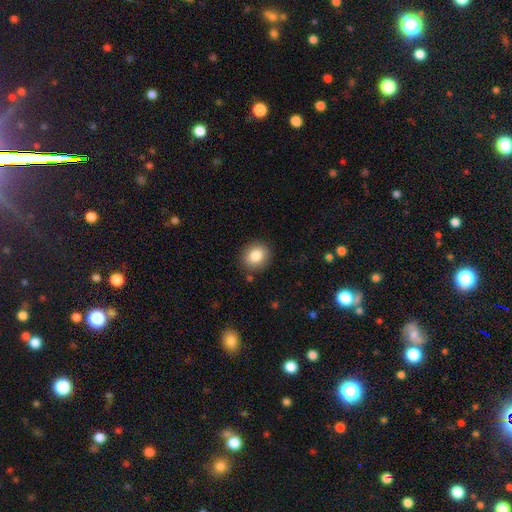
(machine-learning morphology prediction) Smooth or featured?
  - smooth: 85% *
  - star or artifact: 9%
  - featured or disk: 7%
How rounded?
  - round: 68% *
  - in between: 31%
  - cigar-shaped: 1%
Merging?
  - none: 87% *
  - minor disturbance: 9%
  - major disturbance: 3%
  - merger: 2%